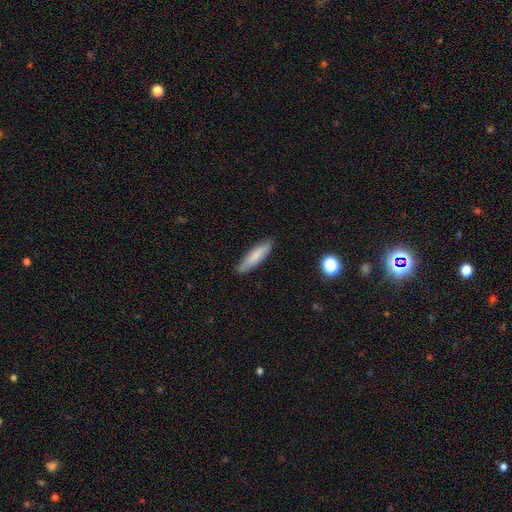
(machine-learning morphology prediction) Q: Smooth or featured?
A: smooth (79%); runner-up: featured or disk (15%)
Q: How rounded?
A: cigar-shaped (76%); runner-up: in between (23%)
Q: Merging?
A: none (87%); runner-up: minor disturbance (10%)